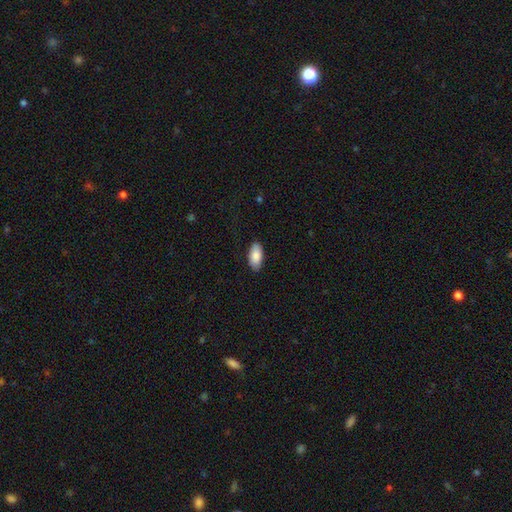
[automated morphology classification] This appears to be a smooth galaxy with no disk features (87%) that is in between round and cigar-shaped (93%). Merging: none (87%).